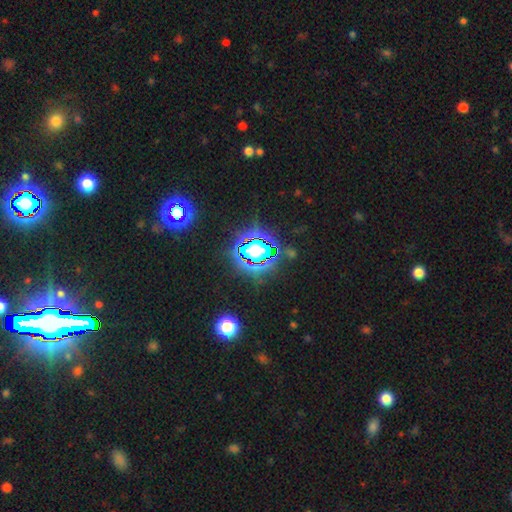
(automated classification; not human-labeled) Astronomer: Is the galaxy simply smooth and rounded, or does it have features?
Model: star or artifact — 81%.